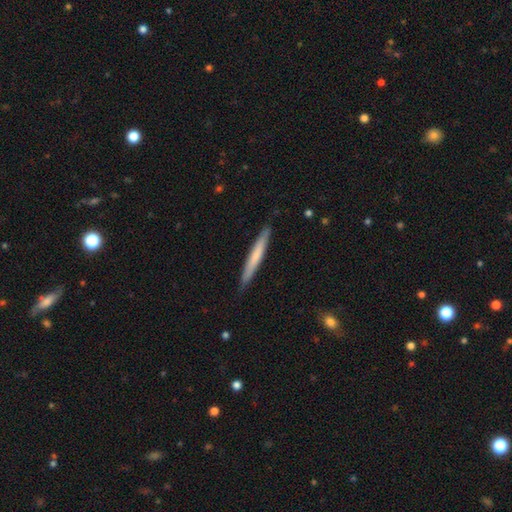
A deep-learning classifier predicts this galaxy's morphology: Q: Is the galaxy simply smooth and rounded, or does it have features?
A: smooth — 62%.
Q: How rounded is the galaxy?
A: cigar-shaped — 96%.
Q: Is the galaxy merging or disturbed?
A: none — 90%.